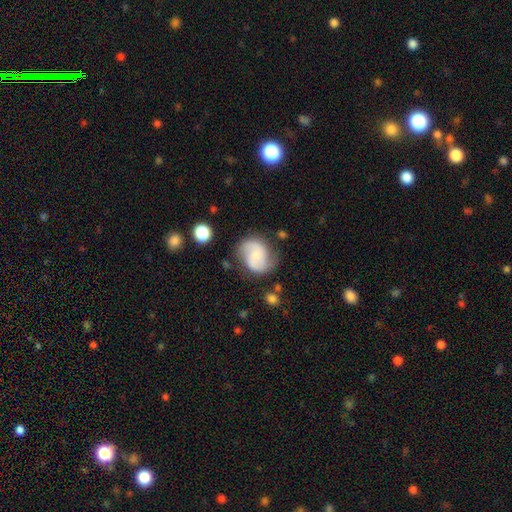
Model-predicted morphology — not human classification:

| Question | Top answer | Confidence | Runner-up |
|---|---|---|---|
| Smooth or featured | featured or disk | 68% | smooth (25%) |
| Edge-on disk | no | 98% | yes (2%) |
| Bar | no | 58% | weak (35%) |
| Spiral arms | yes | 92% | no (8%) |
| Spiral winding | medium | 48% | loose (32%) |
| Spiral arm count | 2 | 88% | can't tell (6%) |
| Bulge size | small | 51% | moderate (39%) |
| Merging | none | 69% | minor disturbance (21%) |